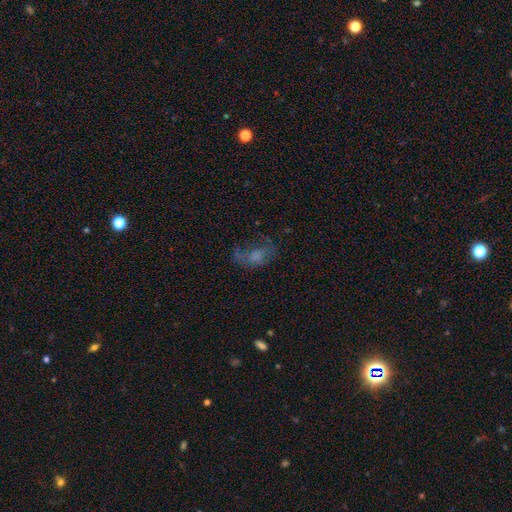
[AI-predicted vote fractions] smooth_or_featured: smooth (p=0.45) [alt: featured or disk p=0.38]
merging: none (p=0.39) [alt: major disturbance p=0.37]